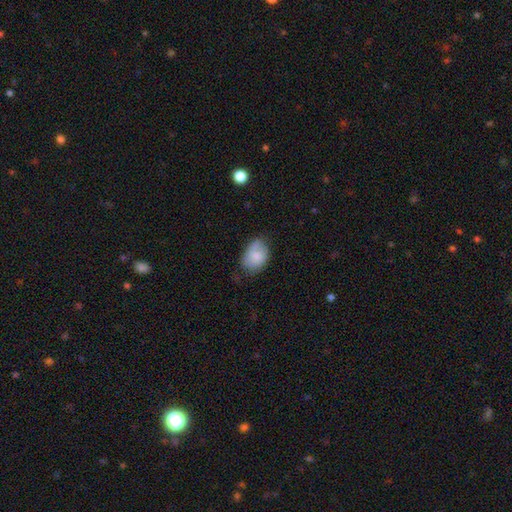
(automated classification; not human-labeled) smooth_or_featured: smooth (p=0.75) [alt: featured or disk p=0.18]
how_rounded: in between (p=0.78) [alt: round p=0.21]
merging: none (p=0.53) [alt: minor disturbance p=0.34]